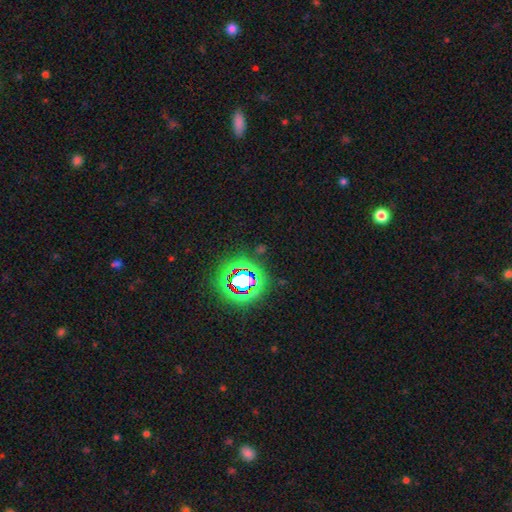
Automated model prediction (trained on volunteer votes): smooth_or_featured: star or artifact (p=0.77) [alt: smooth p=0.15]